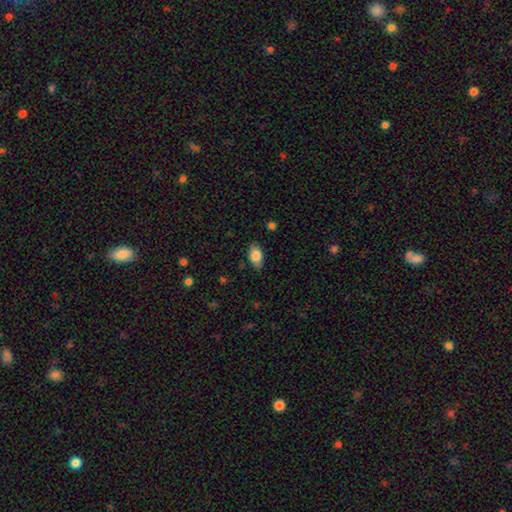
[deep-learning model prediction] Smooth or featured? smooth (82%)
How rounded? in between (90%)
Merging? none (85%)